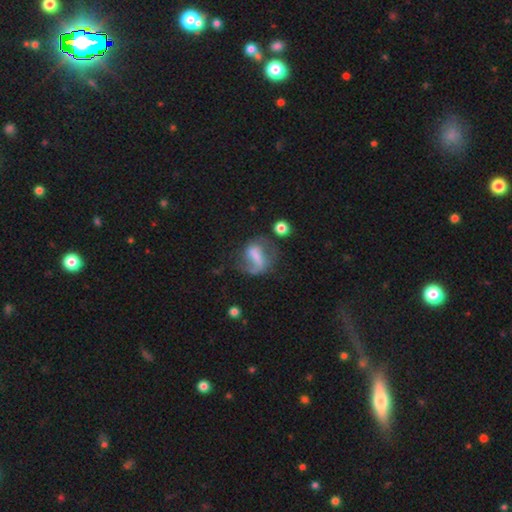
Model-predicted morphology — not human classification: This is possibly a featured or disk galaxy (52%). It is clearly not viewed edge-on (92%). Merging: marginally none (44%).